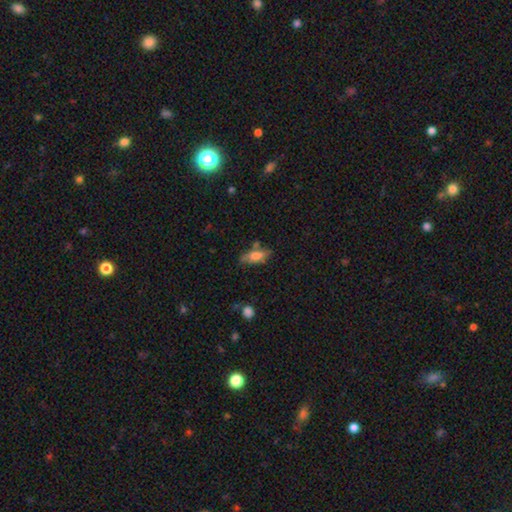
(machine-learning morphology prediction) The model was most divided on "merging": none: 63%, minor disturbance: 23%, merger: 9%, major disturbance: 6%. More confident: how rounded — in between (70%); smooth or featured — smooth (69%).